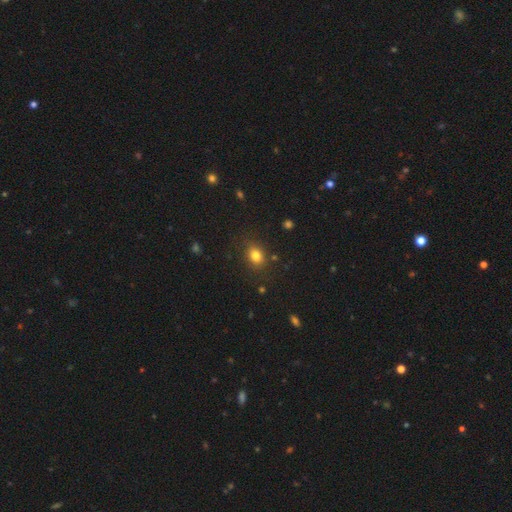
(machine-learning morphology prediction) type=smooth (81%); roundness=in between (53%); merging=none (83%).